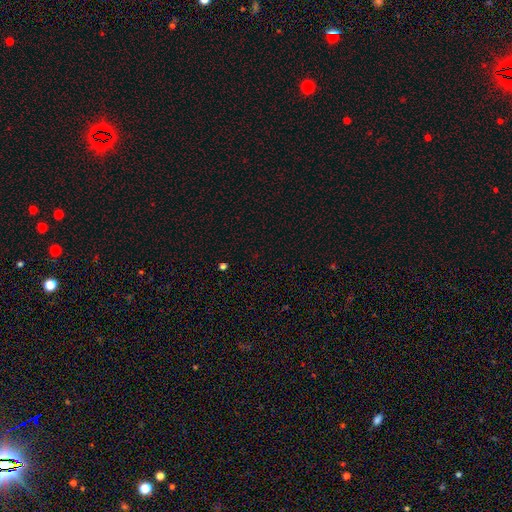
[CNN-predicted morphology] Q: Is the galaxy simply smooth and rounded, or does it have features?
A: star or artifact — 66%.